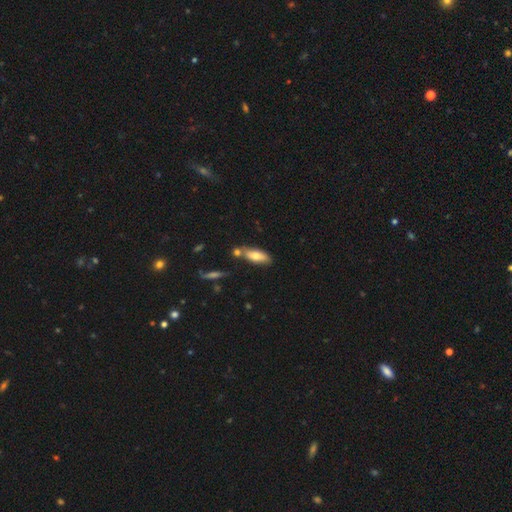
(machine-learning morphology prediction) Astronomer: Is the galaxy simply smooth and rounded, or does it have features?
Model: smooth — 71%.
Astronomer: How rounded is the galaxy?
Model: in between — 71%.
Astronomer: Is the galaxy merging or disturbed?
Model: none — 67%.